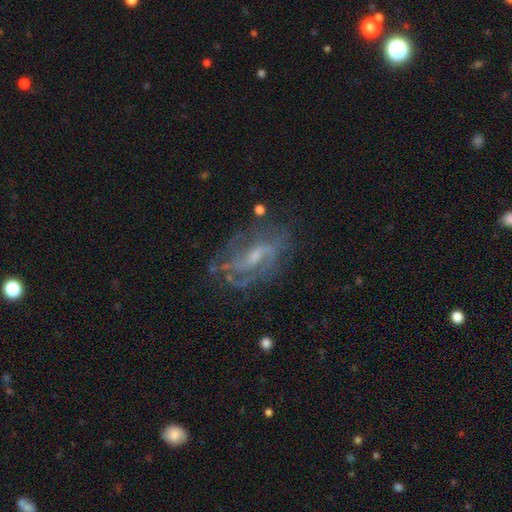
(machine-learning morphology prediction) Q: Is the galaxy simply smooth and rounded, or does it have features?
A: featured or disk — 80%.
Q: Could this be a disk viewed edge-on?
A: no — 95%.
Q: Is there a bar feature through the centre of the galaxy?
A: weak — 51%.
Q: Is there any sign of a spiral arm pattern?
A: yes — 85%.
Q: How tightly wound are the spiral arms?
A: medium — 44%.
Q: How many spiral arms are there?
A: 2 — 38%.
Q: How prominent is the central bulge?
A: small — 45%.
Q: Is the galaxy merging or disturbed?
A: none — 62%.